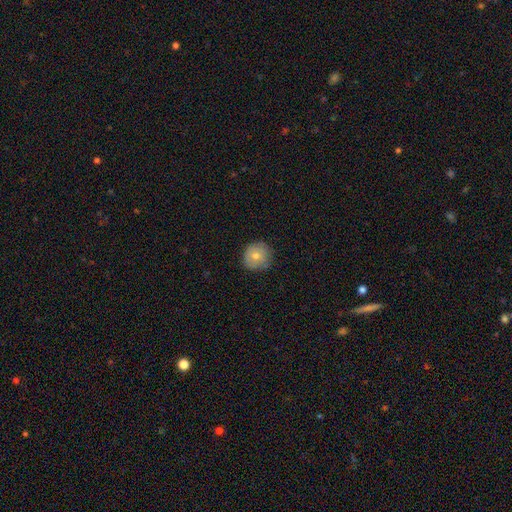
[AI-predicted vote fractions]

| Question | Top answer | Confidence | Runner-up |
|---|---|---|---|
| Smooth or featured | smooth | 69% | featured or disk (21%) |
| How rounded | round | 90% | in between (9%) |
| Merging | none | 83% | minor disturbance (13%) |